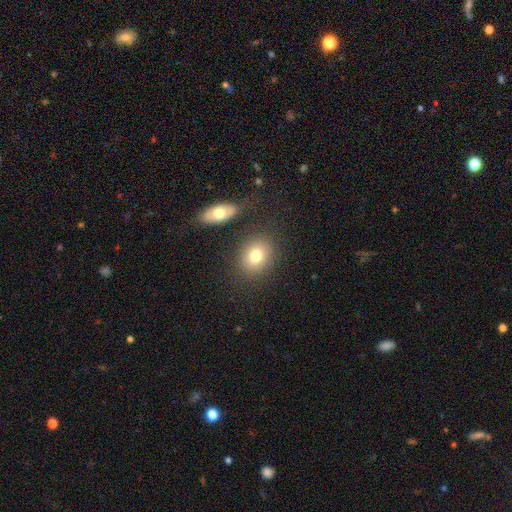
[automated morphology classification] smooth-or-featured: smooth: 77% | featured or disk: 13% | star or artifact: 10%
  how-rounded: round: 55% | in between: 44% | cigar-shaped: 1%
  merging: none: 78% | minor disturbance: 10% | merger: 8% | major disturbance: 4%